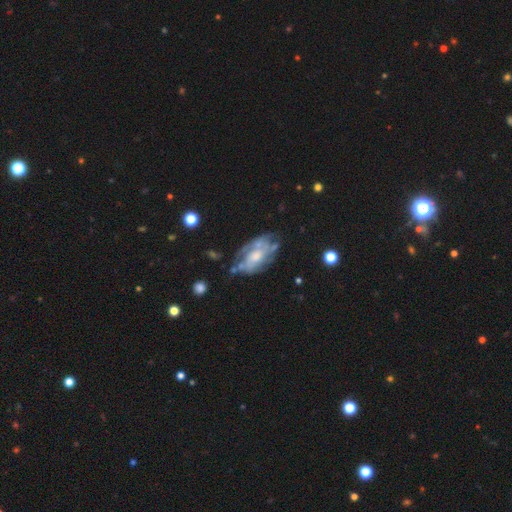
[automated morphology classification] Smooth or featured: featured or disk — 75% (smooth — 18%)
Edge-on disk: no — 95% (yes — 5%)
Bar: no — 70% (weak — 24%)
Spiral arms: yes — 70% (no — 30%)
Bulge size: moderate — 49% (small — 26%)
Merging: none — 53% (minor disturbance — 25%)